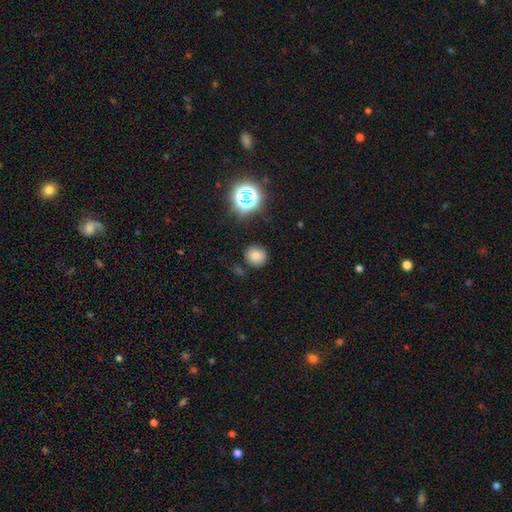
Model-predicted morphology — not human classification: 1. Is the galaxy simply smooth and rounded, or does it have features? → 76% smooth, 17% star or artifact, 8% featured or disk.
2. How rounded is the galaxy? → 87% round, 12% in between, 1% cigar-shaped.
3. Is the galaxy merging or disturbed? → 86% none, 8% minor disturbance, 3% merger, 3% major disturbance.